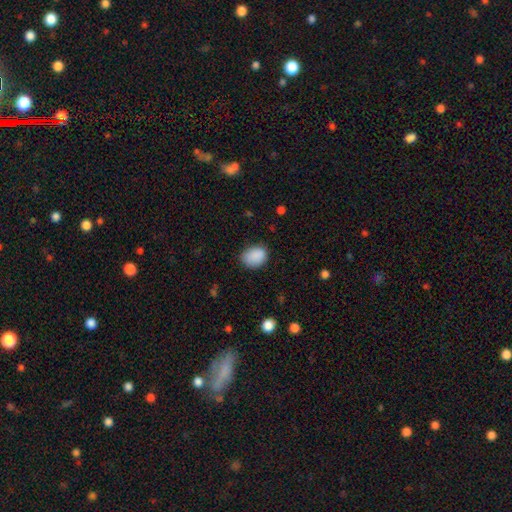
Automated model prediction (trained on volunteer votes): Smooth or featured? Predicted: smooth (p=0.88). How rounded? Predicted: in between (p=0.63). Merging? Predicted: none (p=0.73).